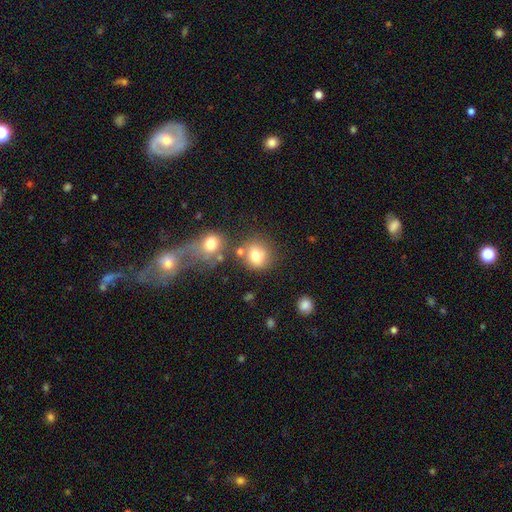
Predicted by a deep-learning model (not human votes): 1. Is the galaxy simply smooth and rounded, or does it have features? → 76% smooth, 12% star or artifact, 12% featured or disk.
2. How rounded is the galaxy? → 75% round, 24% in between, 1% cigar-shaped.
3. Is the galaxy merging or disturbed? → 62% none, 19% merger, 13% minor disturbance, 6% major disturbance.